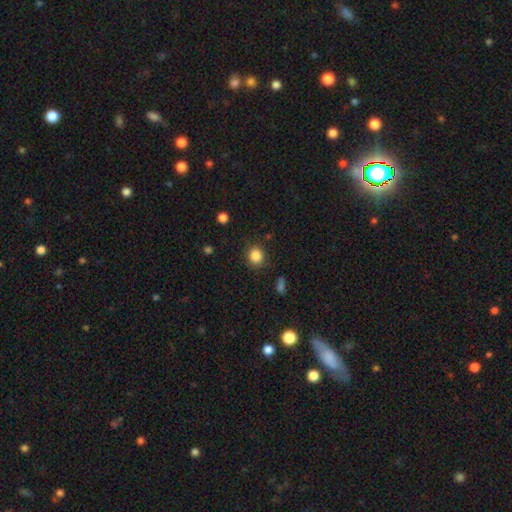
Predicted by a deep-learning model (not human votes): The model was most divided on "how rounded": round: 85%, in between: 14%, cigar-shaped: 1%. More confident: merging — none (86%); smooth or featured — smooth (85%).